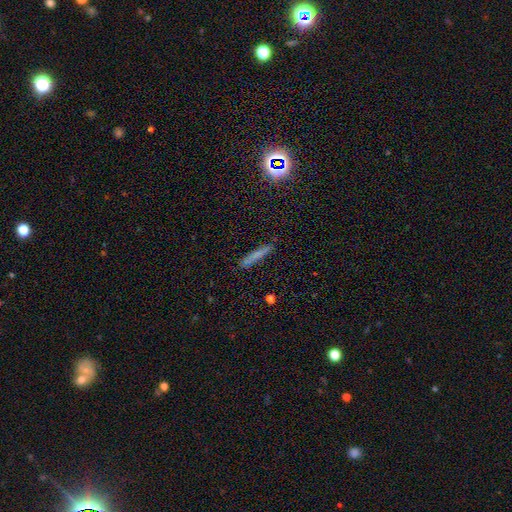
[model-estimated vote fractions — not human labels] Smooth or featured? Predicted: smooth (p=0.64). How rounded? Predicted: cigar-shaped (p=0.94). Merging? Predicted: none (p=0.87).